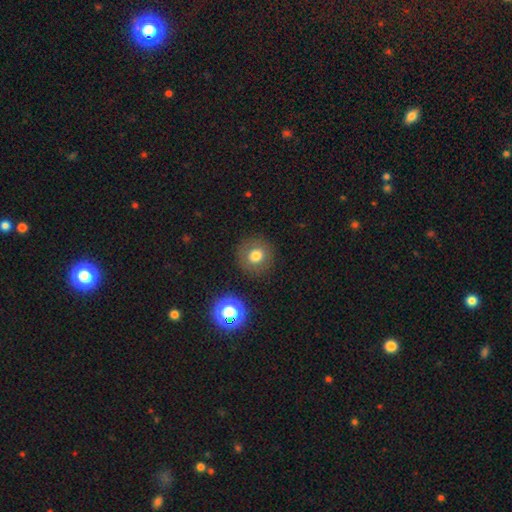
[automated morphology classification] The model was most divided on "smooth or featured": smooth: 74%, star or artifact: 14%, featured or disk: 13%. More confident: how rounded — round (92%); merging — none (87%).